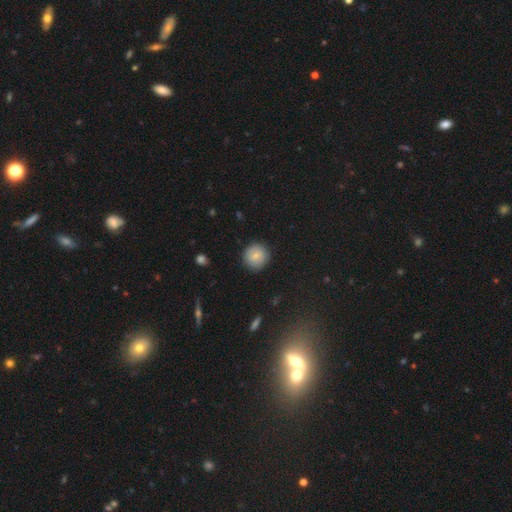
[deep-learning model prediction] This is likely a smooth galaxy (76%). How rounded: clearly round (93%). Merging: clearly none (88%).